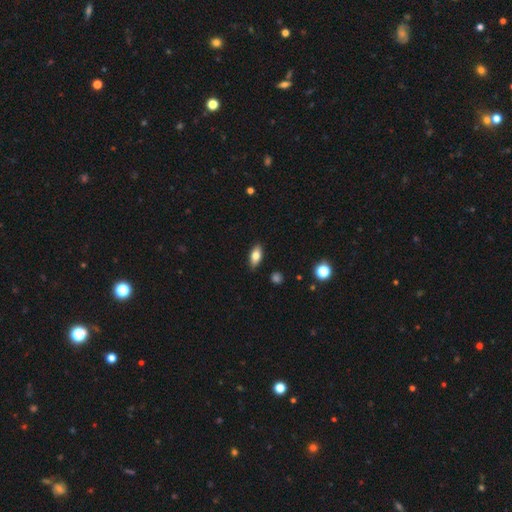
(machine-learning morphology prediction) A smooth galaxy with no disk features (77%) that is in between round and cigar-shaped (85%). Merging: none (87%).